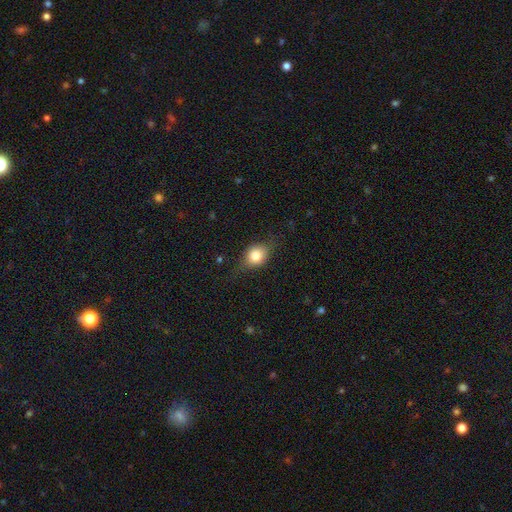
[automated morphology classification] Smooth or featured? Predicted: smooth (p=0.70). How rounded? Predicted: round (p=0.52). Merging? Predicted: none (p=0.67).